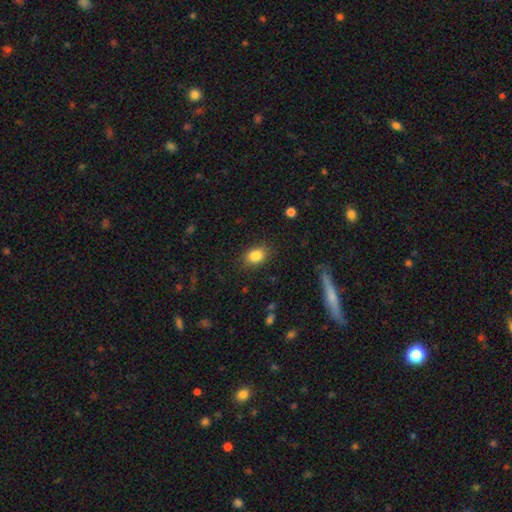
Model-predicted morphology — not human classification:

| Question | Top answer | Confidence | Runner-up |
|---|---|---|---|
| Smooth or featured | smooth | 85% | star or artifact (9%) |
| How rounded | in between | 71% | round (28%) |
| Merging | none | 85% | minor disturbance (11%) |